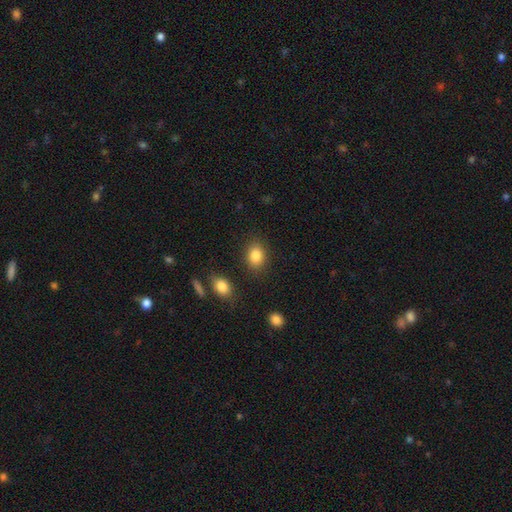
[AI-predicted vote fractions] Q: Smooth or featured?
A: smooth (85%); runner-up: star or artifact (9%)
Q: How rounded?
A: in between (60%); runner-up: round (39%)
Q: Merging?
A: none (85%); runner-up: minor disturbance (10%)